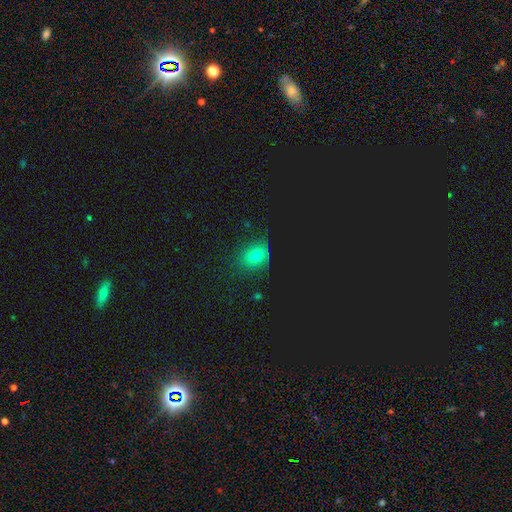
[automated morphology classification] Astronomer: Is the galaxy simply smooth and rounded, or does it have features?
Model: smooth — 63%.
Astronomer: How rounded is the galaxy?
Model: round — 57% (runner-up: in between, 42%).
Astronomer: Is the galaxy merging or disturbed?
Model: none — 66%.